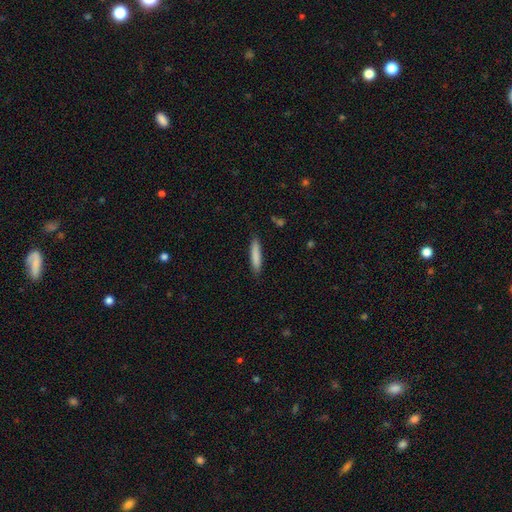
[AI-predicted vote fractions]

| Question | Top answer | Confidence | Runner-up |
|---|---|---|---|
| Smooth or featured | smooth | 84% | featured or disk (10%) |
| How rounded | cigar-shaped | 87% | in between (12%) |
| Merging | none | 87% | minor disturbance (10%) |